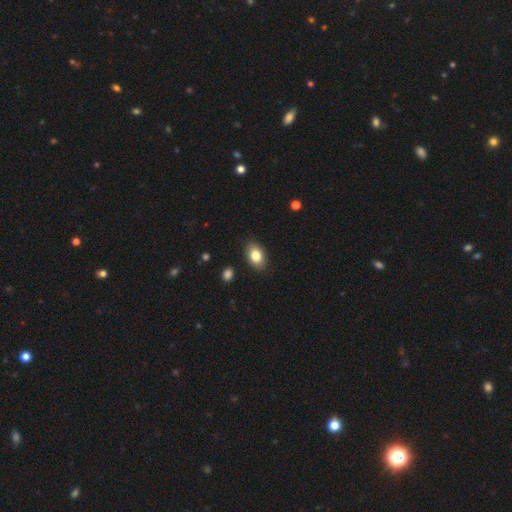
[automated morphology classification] Smooth or featured? smooth (83%)
How rounded? in between (86%)
Merging? none (88%)